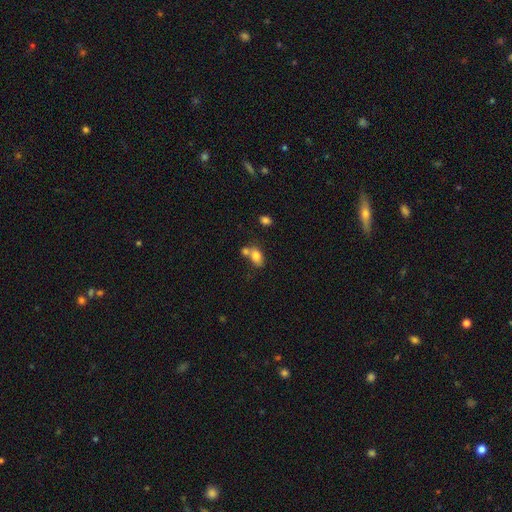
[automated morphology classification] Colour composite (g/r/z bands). It shows a smooth galaxy with no disk features (79%) that is in between round and cigar-shaped (80%). Merging: merger (44%).